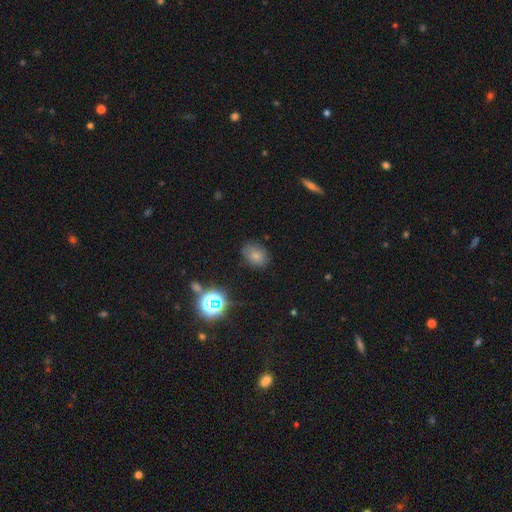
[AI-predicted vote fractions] Morphology: type=smooth (72%); roundness=in between (68%); merging=none (77%).